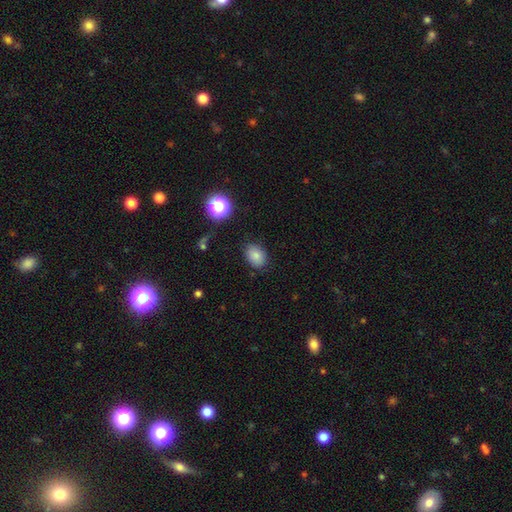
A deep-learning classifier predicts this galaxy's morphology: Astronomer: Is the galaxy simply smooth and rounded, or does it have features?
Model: smooth — 81%.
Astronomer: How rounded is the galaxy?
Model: in between — 72%.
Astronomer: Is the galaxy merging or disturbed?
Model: none — 82%.